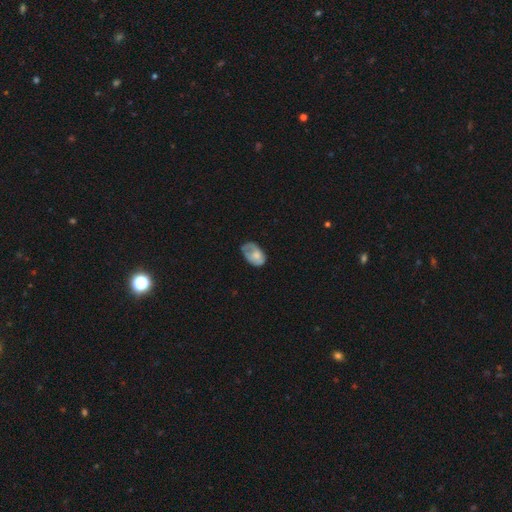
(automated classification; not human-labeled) Q: Smooth or featured?
A: smooth (57%); runner-up: featured or disk (36%)
Q: How rounded?
A: in between (86%); runner-up: round (13%)
Q: Merging?
A: none (42%); runner-up: minor disturbance (34%)